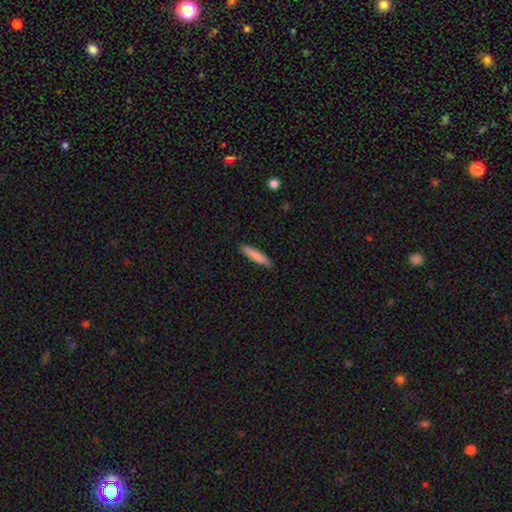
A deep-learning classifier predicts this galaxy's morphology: Overall: smooth (83%). How rounded: cigar-shaped (87%). Merging: none (88%).